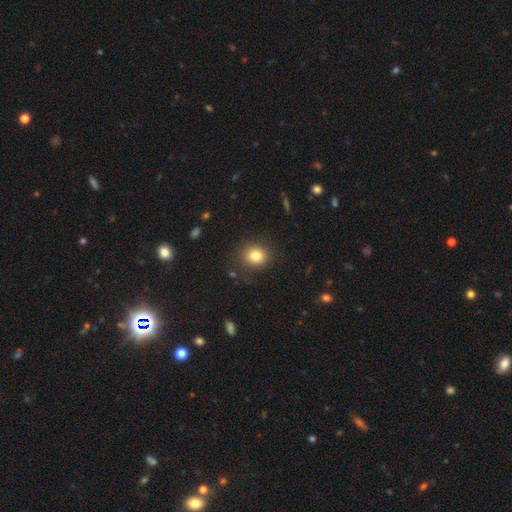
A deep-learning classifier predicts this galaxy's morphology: Q: Smooth or featured?
A: smooth (81%); runner-up: star or artifact (12%)
Q: How rounded?
A: round (76%); runner-up: in between (23%)
Q: Merging?
A: none (85%); runner-up: minor disturbance (10%)